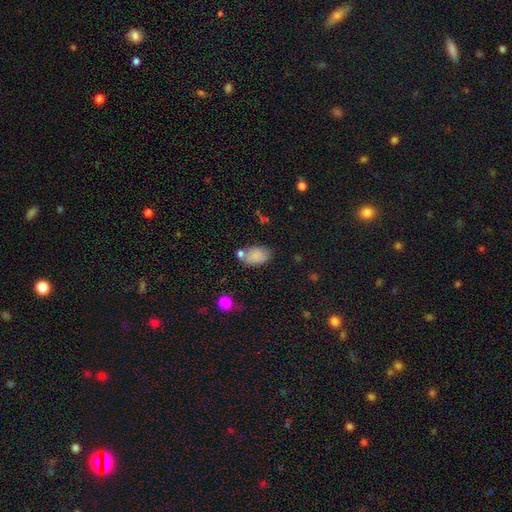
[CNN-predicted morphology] The model was most divided on "merging": none: 60%, minor disturbance: 19%, merger: 15%, major disturbance: 6%. More confident: how rounded — in between (87%); smooth or featured — smooth (83%).